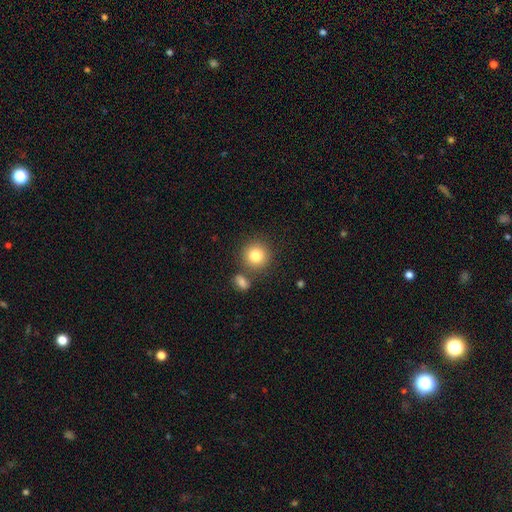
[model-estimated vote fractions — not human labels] This appears to be a smooth galaxy with no disk features (82%) that is round (91%). Merging: none (76%).